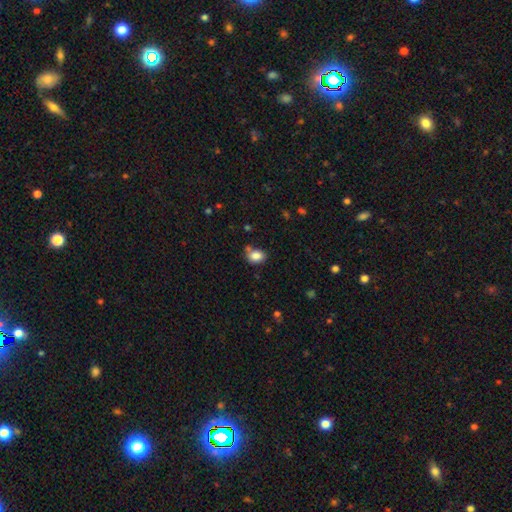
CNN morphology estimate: type=smooth (84%); roundness=in between (67%); merging=none (63%).